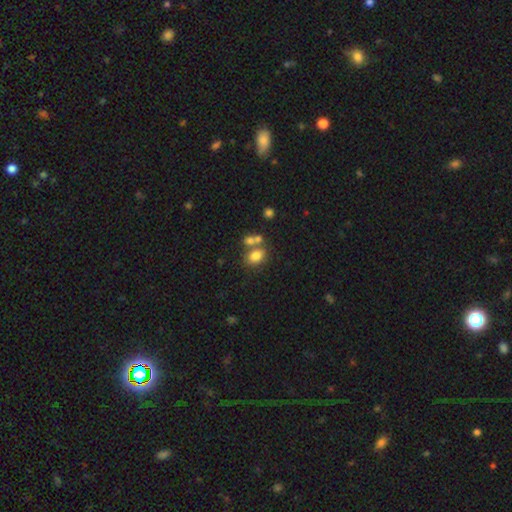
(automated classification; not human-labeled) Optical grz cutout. It shows a smooth galaxy with no disk features (78%) that is in between round and cigar-shaped (70%). Merging: none (49%).